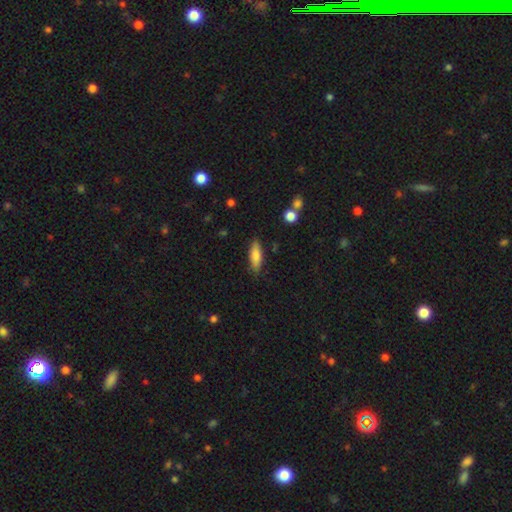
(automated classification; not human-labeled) A smooth galaxy with no disk features (80%) that is in between round and cigar-shaped (58%). Merging: none (83%).